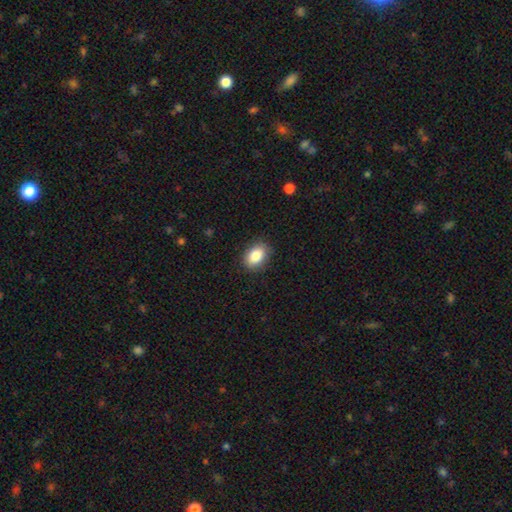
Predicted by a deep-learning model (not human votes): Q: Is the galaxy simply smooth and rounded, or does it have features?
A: smooth — 85%.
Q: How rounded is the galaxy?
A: in between — 83%.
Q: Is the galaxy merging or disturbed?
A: none — 88%.